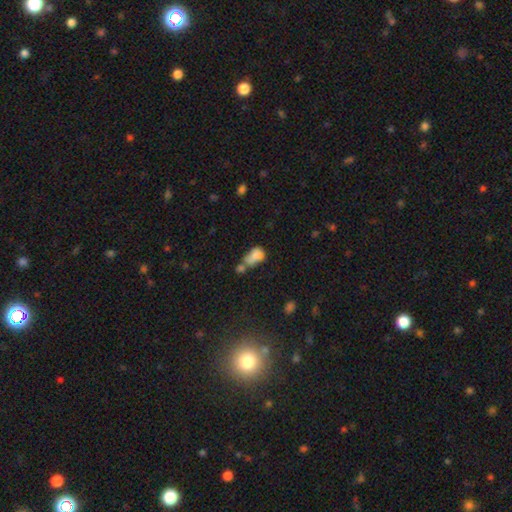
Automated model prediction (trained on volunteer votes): Overall: smooth (74%). How rounded: in between (79%). Merging: merger (49%; none 20%).